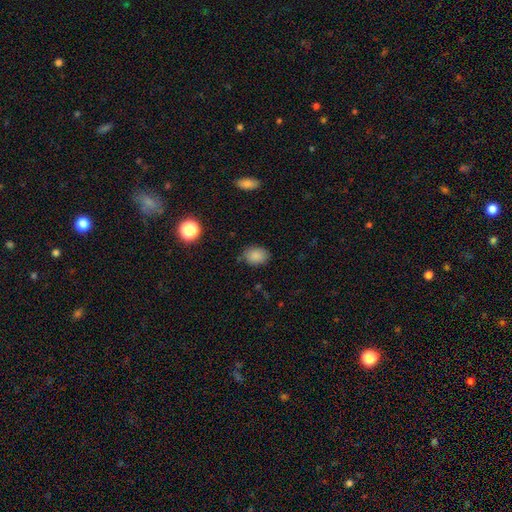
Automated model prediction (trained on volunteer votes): The model was most divided on "how rounded": in between: 66%, round: 33%, cigar-shaped: 1%. More confident: smooth or featured — smooth (85%); merging — none (76%).